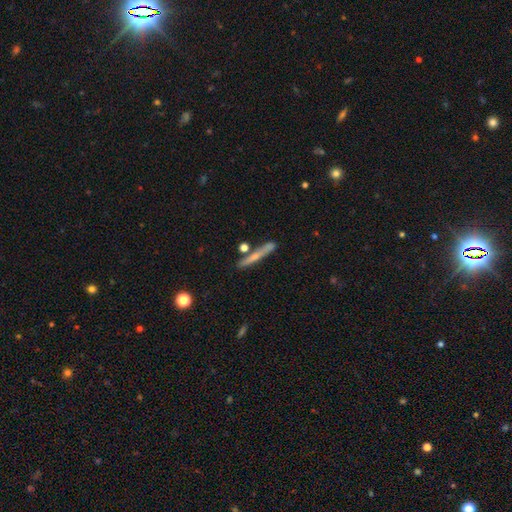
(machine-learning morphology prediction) A featured or disk galaxy (49%).

Vote fractions:
- Smooth or featured? featured or disk: 49% / smooth: 44% / star or artifact: 7%
- Merging? none: 79% / minor disturbance: 11% / merger: 7% / major disturbance: 3%